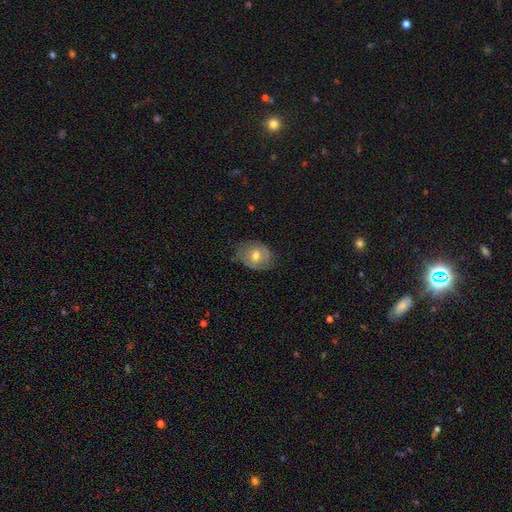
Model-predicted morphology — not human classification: smooth_or_featured: smooth (p=0.53) [alt: featured or disk p=0.39]
how_rounded: in between (p=0.58) [alt: round p=0.41]
merging: none (p=0.62) [alt: minor disturbance p=0.28]